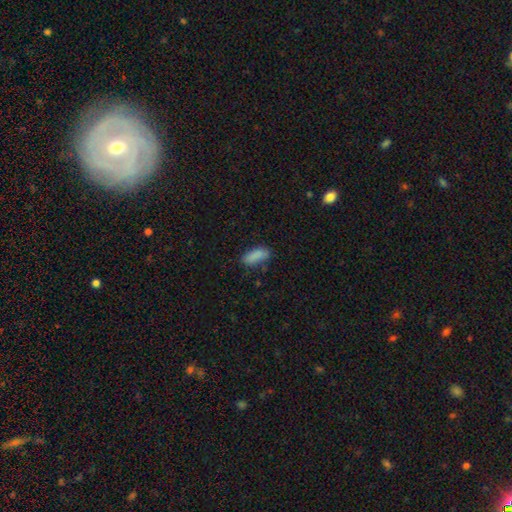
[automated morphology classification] This appears to be a smooth galaxy with no disk features (86%) that is in between round and cigar-shaped (74%). Merging: none (71%).